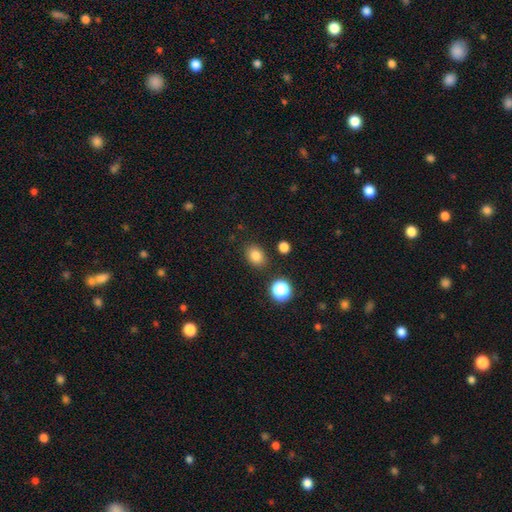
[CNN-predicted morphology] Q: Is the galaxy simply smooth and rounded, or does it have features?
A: smooth — 82%.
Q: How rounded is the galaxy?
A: in between — 58%.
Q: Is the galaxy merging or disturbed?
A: none — 84%.